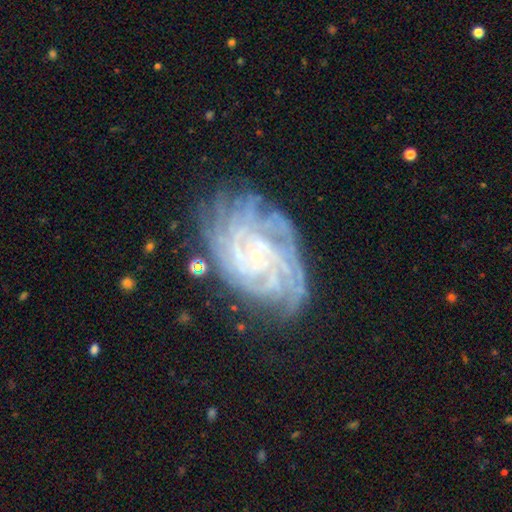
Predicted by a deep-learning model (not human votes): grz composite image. It shows a featured or disk galaxy (88%) with no bar (67%), more than 4 (27%) tight (80%) spiral arms (98%) and a small central bulge (84%). Merging: none (74%).